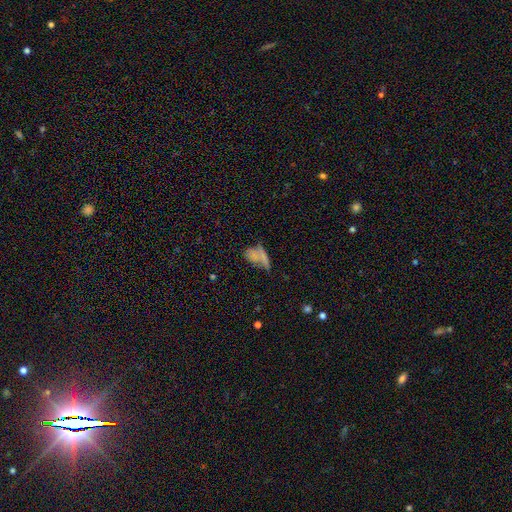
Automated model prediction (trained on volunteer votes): The model was most divided on "merging": none: 40%, merger: 38%, minor disturbance: 13%, major disturbance: 9%. More confident: smooth or featured — smooth (64%); how rounded — in between (58%).